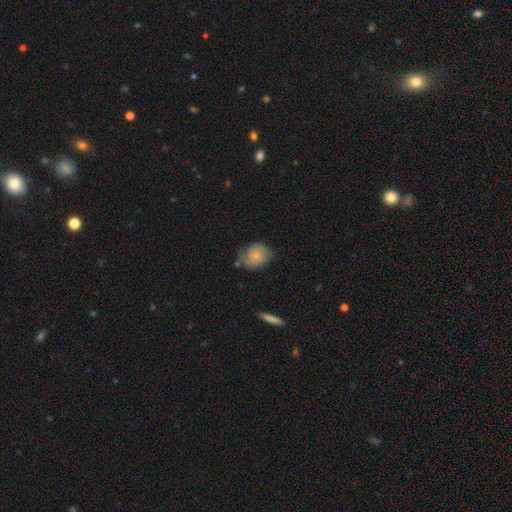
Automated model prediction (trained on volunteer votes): A smooth galaxy with no disk features (69%) that is round (58%).

Vote fractions:
- Smooth or featured? smooth: 69% / featured or disk: 24% / star or artifact: 7%
- How rounded? round: 58% / in between: 41% / cigar-shaped: 1%
- Merging? none: 58% / minor disturbance: 28% / major disturbance: 9% / merger: 4%